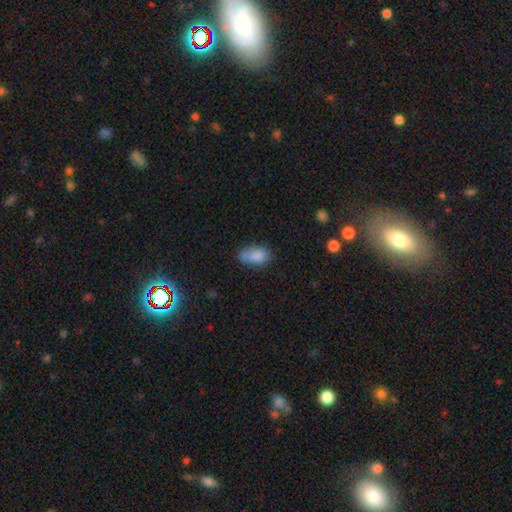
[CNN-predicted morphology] smooth_or_featured: smooth (p=0.84) [alt: star or artifact p=0.08]
how_rounded: in between (p=0.92) [alt: round p=0.05]
merging: none (p=0.63) [alt: minor disturbance p=0.26]